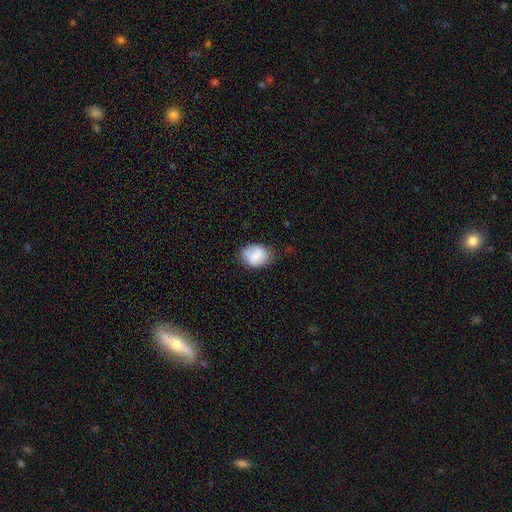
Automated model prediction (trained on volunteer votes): smooth 79%, featured or disk 14%, star or artifact 7%. Down the decision tree: how rounded — in between (62%); merging — none (67%).